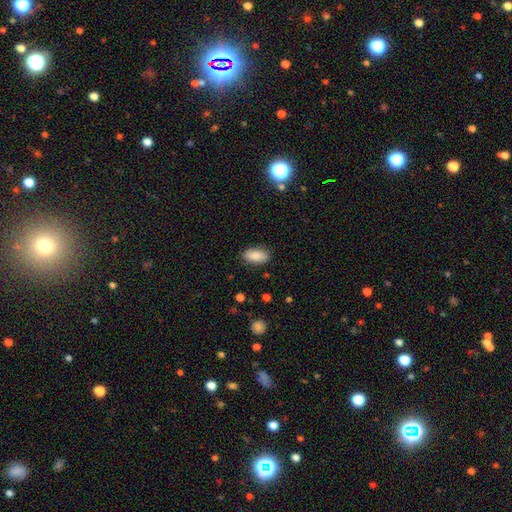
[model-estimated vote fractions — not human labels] Smooth or featured? Predicted: smooth (p=0.86). How rounded? Predicted: in between (p=0.91). Merging? Predicted: none (p=0.86).